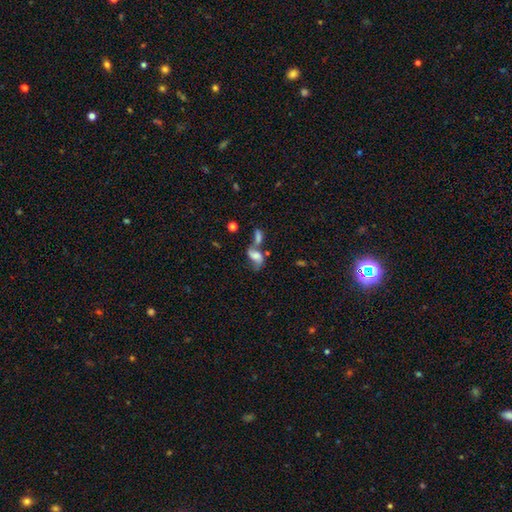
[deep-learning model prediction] Q: Smooth or featured?
A: featured or disk (45%); runner-up: smooth (43%)
Q: Merging?
A: merger (48%); runner-up: none (25%)